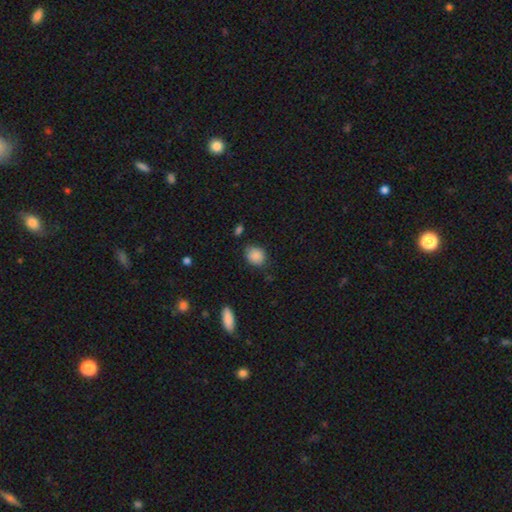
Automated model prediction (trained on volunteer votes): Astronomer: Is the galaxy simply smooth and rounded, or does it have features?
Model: smooth — 87%.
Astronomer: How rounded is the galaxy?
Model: round — 56% (runner-up: in between, 43%).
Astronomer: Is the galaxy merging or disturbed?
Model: none — 73%.